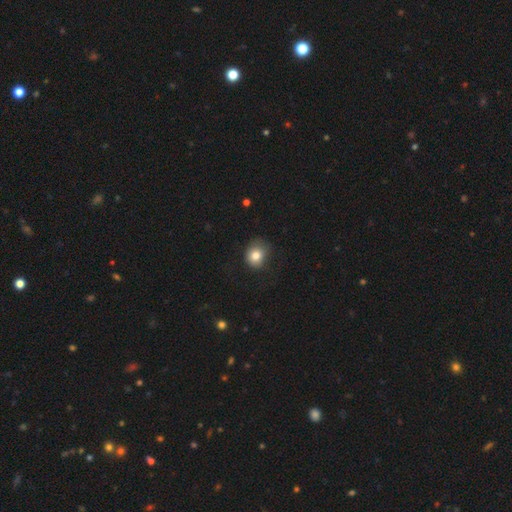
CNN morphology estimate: This is likely a smooth galaxy (79%). How rounded: likely round (69%). Merging: likely none (65%).